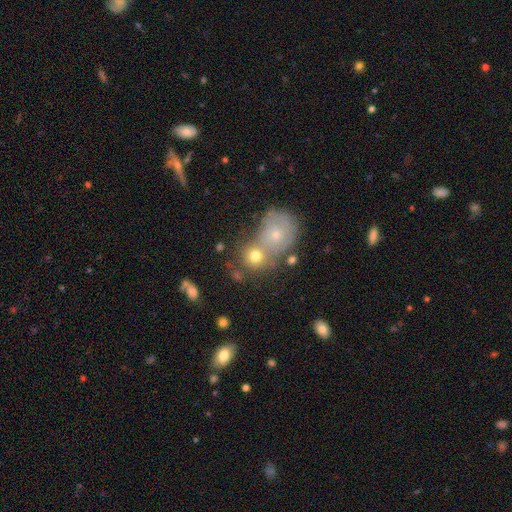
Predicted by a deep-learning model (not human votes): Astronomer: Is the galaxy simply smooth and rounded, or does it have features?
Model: smooth — 68%.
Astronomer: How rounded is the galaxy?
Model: round — 78%.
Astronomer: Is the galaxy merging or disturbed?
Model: merger — 49% (runner-up: none, 38%).